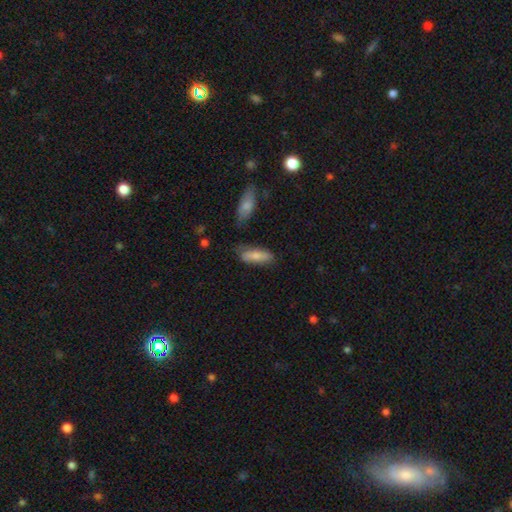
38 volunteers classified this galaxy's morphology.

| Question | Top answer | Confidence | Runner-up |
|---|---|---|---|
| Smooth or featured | smooth | 79% | featured or disk (21%) |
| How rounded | in between | 60% | cigar-shaped (40%) |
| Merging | none | 55% | minor disturbance (26%) |